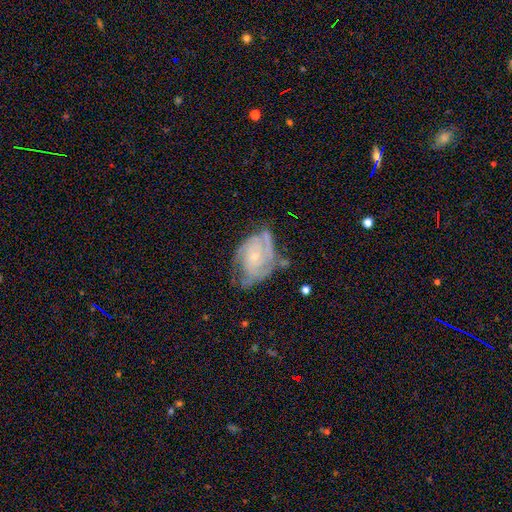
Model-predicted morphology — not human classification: A featured or disk galaxy (84%) with no bar (71%), 3 (31%) tight (60%) spiral arms (95%) and a small central bulge (72%). Merging: none (53%).